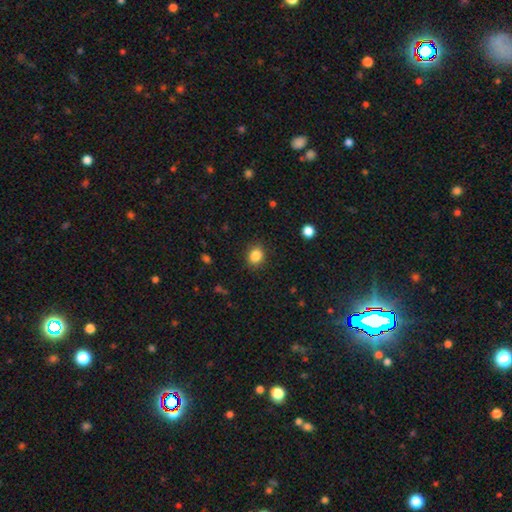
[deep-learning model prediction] Smooth or featured? Predicted: smooth (p=0.85). How rounded? Predicted: round (p=0.61). Merging? Predicted: none (p=0.88).